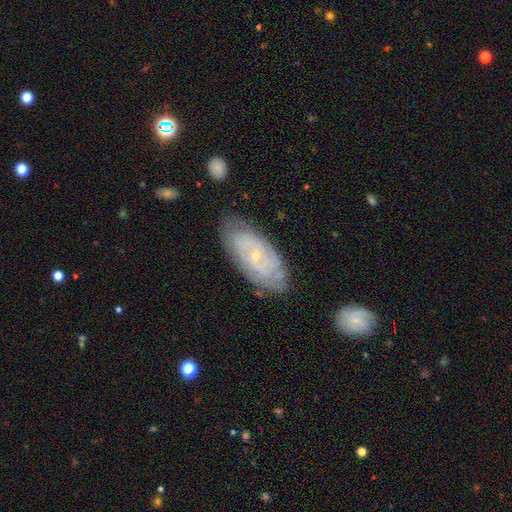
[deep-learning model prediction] Smooth or featured? Predicted: featured or disk (p=0.71). Edge-on disk? Predicted: no (p=0.92). Bar? Predicted: no (p=0.73). Spiral arms? Predicted: yes (p=0.87). Spiral winding? Predicted: tight (p=0.69). Spiral arm count? Predicted: can't tell (p=0.51). Bulge size? Predicted: small (p=0.82). Merging? Predicted: none (p=0.74).